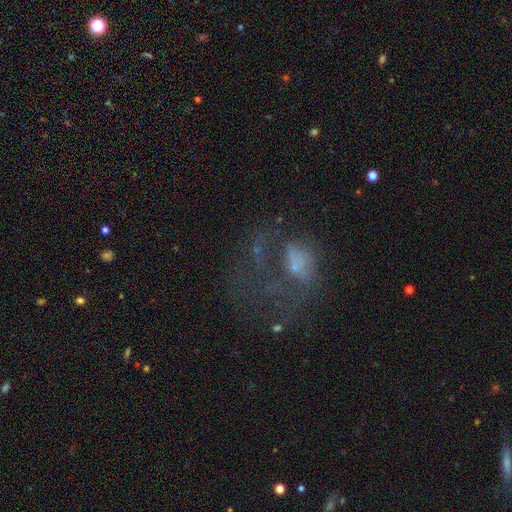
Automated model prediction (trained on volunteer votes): This appears to be a featured or disk galaxy (52%) with no bar (77%), no spiral arms (54%) and no central bulge (38%). Merging: major disturbance (48%).